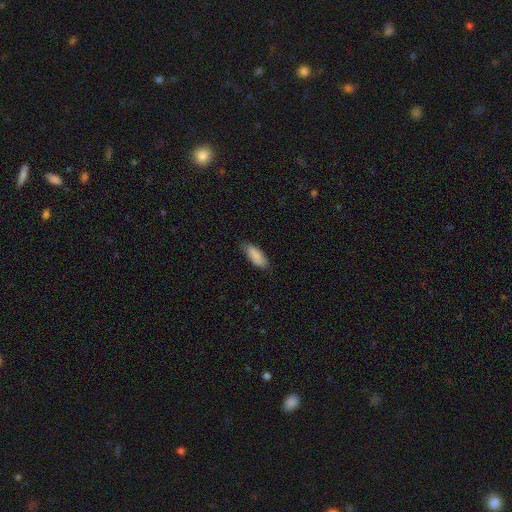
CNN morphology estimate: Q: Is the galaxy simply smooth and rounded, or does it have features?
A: smooth — 88%.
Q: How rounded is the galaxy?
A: in between — 70%.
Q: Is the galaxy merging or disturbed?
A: none — 80%.